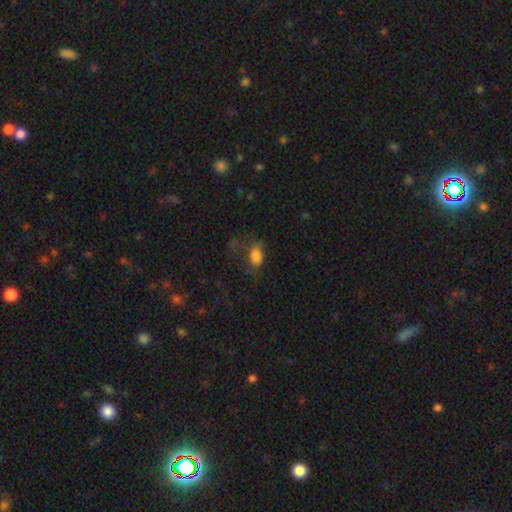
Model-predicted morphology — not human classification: A smooth galaxy with no disk features (77%) that is in between round and cigar-shaped (81%).

Vote fractions:
- Smooth or featured? smooth: 77% / star or artifact: 13% / featured or disk: 10%
- How rounded? in between: 81% / round: 17% / cigar-shaped: 2%
- Merging? none: 41% / major disturbance: 33% / minor disturbance: 24% / merger: 3%